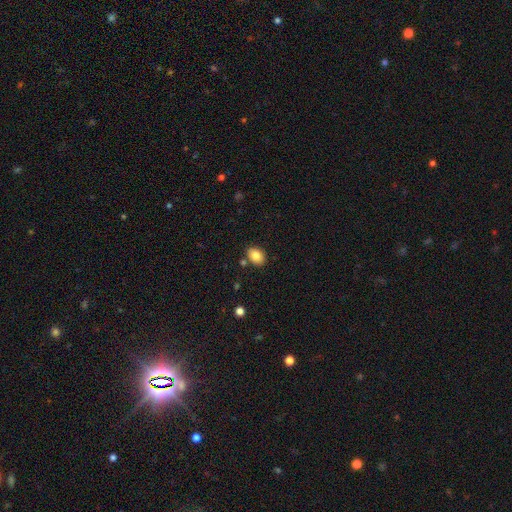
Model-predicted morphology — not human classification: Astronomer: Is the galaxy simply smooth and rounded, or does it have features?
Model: smooth — 82%.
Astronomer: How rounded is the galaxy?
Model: in between — 70%.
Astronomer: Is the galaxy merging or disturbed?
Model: none — 82%.